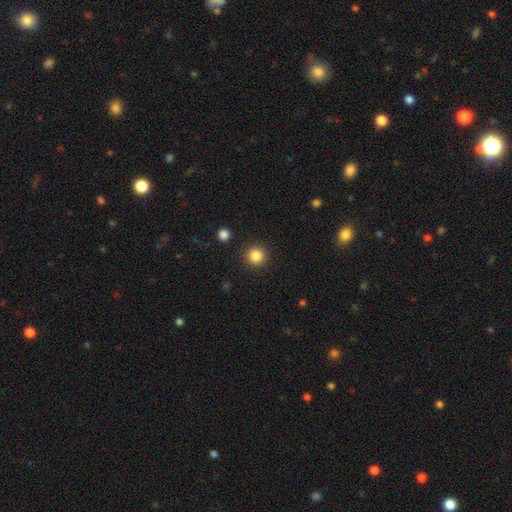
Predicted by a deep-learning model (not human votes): A smooth galaxy with no disk features (85%) that is round (94%).

Vote fractions:
- Smooth or featured? smooth: 85% / star or artifact: 11% / featured or disk: 4%
- How rounded? round: 94% / in between: 5% / cigar-shaped: 1%
- Merging? none: 91% / minor disturbance: 5% / major disturbance: 2% / merger: 2%